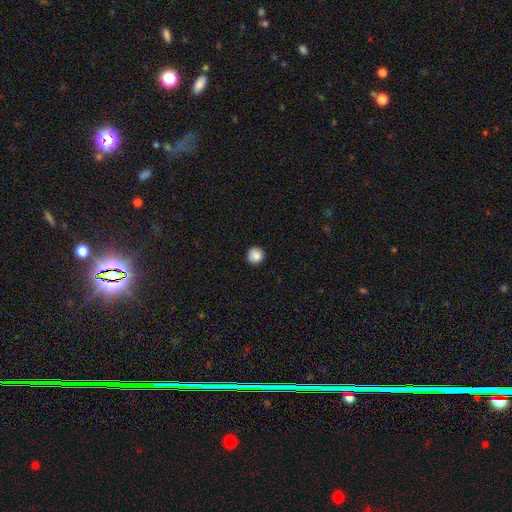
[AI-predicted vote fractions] Q: Smooth or featured?
A: smooth (87%); runner-up: star or artifact (9%)
Q: How rounded?
A: round (95%); runner-up: in between (4%)
Q: Merging?
A: none (92%); runner-up: minor disturbance (5%)